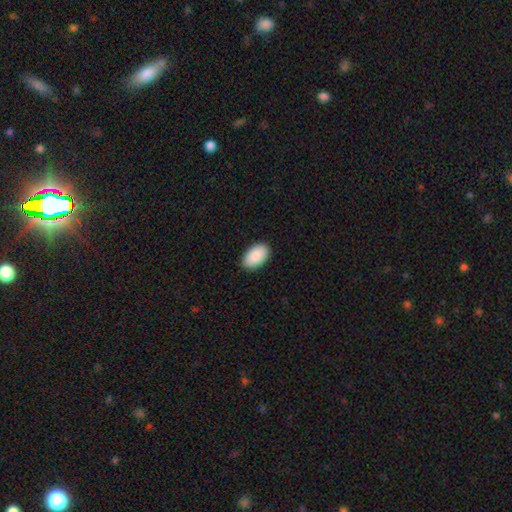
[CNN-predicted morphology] smooth-or-featured: smooth: 90% | star or artifact: 6% | featured or disk: 4%
  how-rounded: in between: 95% | round: 4% | cigar-shaped: 1%
  merging: none: 89% | minor disturbance: 9% | major disturbance: 2% | merger: 1%